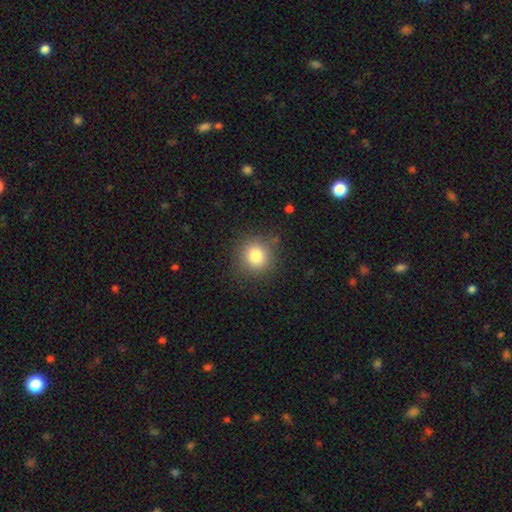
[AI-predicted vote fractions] Q: Smooth or featured?
A: smooth (82%); runner-up: star or artifact (11%)
Q: How rounded?
A: round (91%); runner-up: in between (8%)
Q: Merging?
A: none (84%); runner-up: minor disturbance (11%)